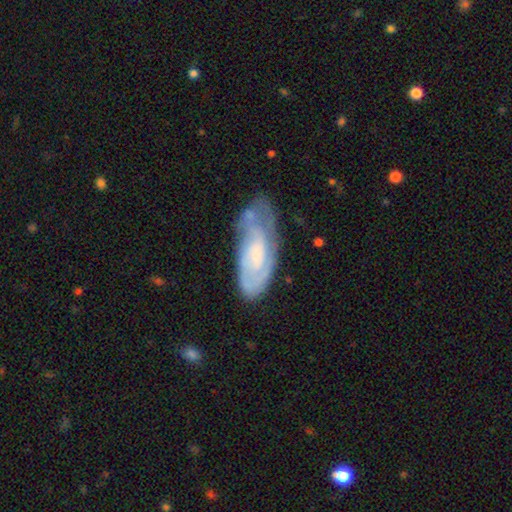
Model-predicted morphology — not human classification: type=featured or disk (68%); edge-on=no (92%); bar=no (57%); spiral arms=yes (87%); winding=tight (54%); arm count=2 (41%); bulge=small (44%); merging=none (52%).